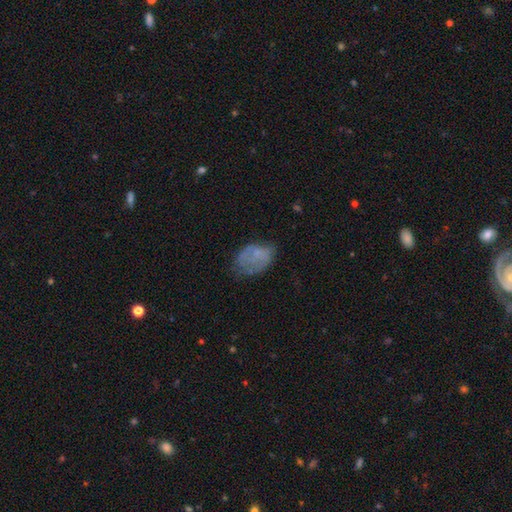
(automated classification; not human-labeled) Smooth or featured?
  - smooth: 56% *
  - featured or disk: 32%
  - star or artifact: 12%
How rounded?
  - in between: 84% *
  - round: 15%
  - cigar-shaped: 1%
Merging?
  - none: 45% *
  - minor disturbance: 32%
  - major disturbance: 21%
  - merger: 2%